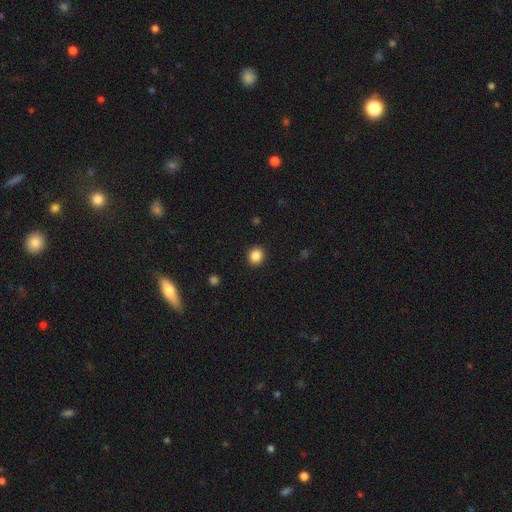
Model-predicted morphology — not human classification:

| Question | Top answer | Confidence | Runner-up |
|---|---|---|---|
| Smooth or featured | smooth | 86% | star or artifact (10%) |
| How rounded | round | 76% | in between (23%) |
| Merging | none | 91% | minor disturbance (6%) |